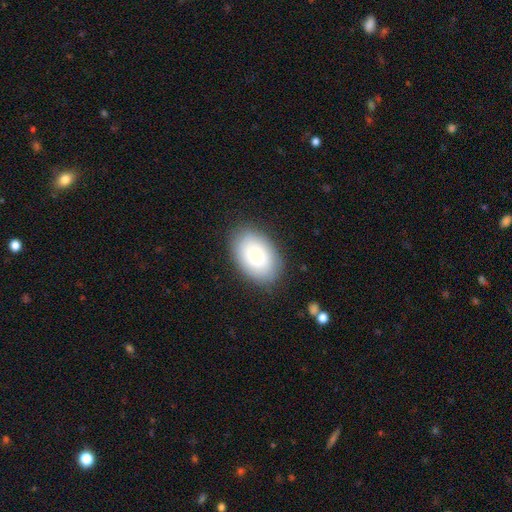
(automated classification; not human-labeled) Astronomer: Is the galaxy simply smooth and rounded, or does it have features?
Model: smooth — 63%.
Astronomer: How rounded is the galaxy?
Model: in between — 83%.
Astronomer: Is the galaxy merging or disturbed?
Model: none — 84%.